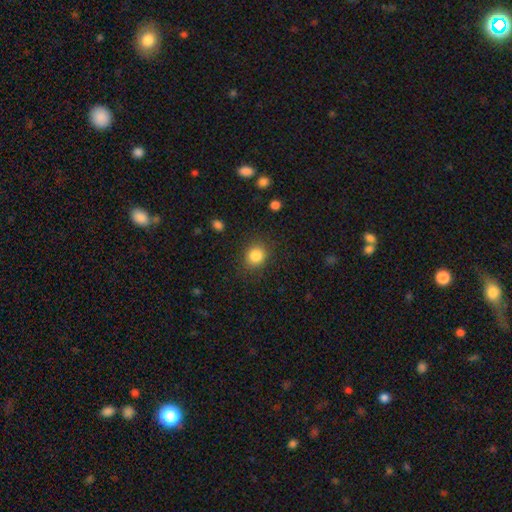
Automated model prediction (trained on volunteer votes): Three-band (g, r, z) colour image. It shows a smooth galaxy with no disk features (84%) that is round (75%). Merging: none (85%).